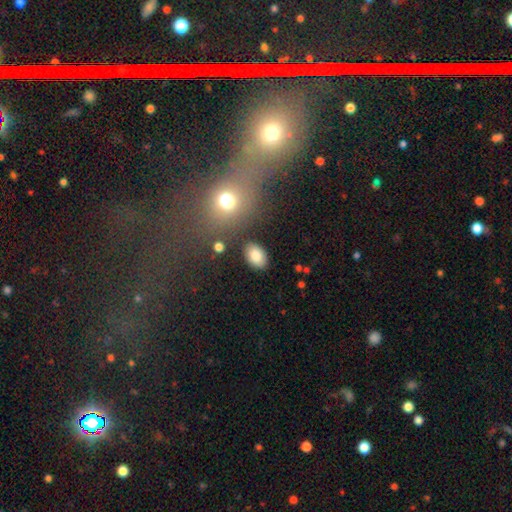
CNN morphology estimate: smooth 84%, featured or disk 8%, star or artifact 8%. Down the decision tree: how rounded — in between (86%); merging — none (85%).